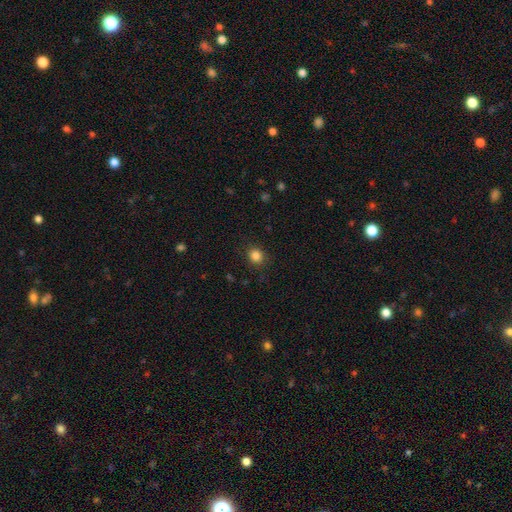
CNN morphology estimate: A smooth galaxy with no disk features (84%) that is round (75%).

Vote fractions:
- Smooth or featured? smooth: 84% / star or artifact: 12% / featured or disk: 4%
- How rounded? round: 75% / in between: 24% / cigar-shaped: 1%
- Merging? none: 88% / minor disturbance: 8% / major disturbance: 3% / merger: 1%